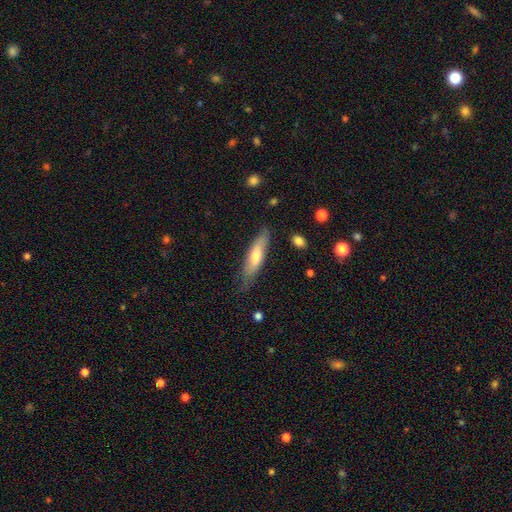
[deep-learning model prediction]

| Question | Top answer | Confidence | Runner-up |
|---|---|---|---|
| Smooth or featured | smooth | 63% | featured or disk (32%) |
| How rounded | cigar-shaped | 63% | in between (35%) |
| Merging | none | 72% | minor disturbance (22%) |